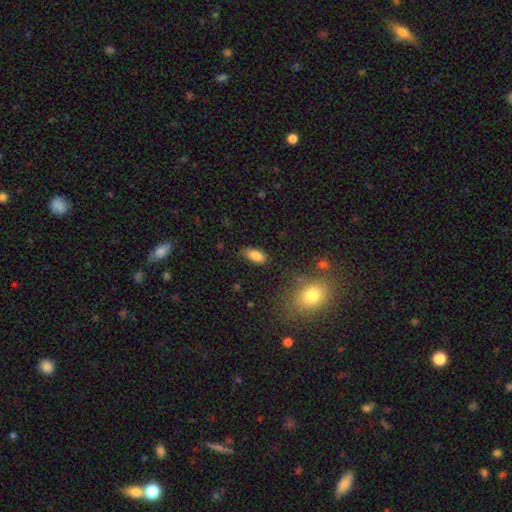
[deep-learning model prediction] Morphology: type=smooth (85%); roundness=in between (89%); merging=none (79%).